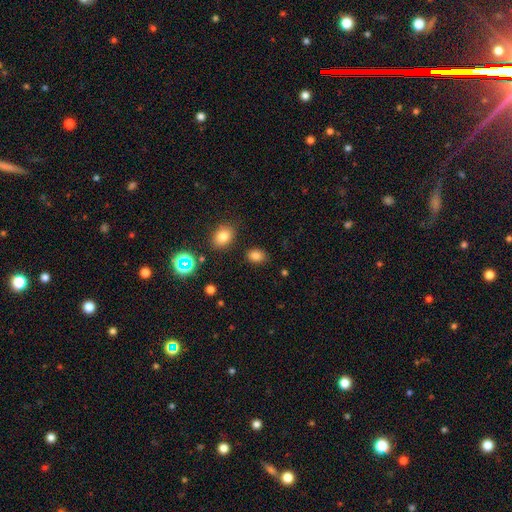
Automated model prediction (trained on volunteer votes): A smooth galaxy with no disk features (80%) that is in between round and cigar-shaped (67%). Merging: none (84%).